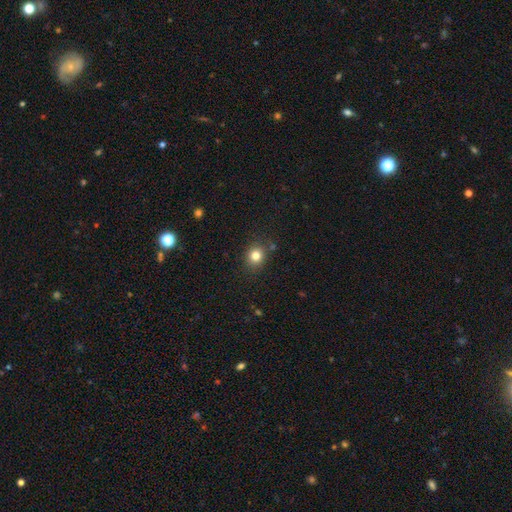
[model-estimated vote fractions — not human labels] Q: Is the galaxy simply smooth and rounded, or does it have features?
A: smooth — 80%.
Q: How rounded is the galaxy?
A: round — 79%.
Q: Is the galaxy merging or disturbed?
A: none — 84%.